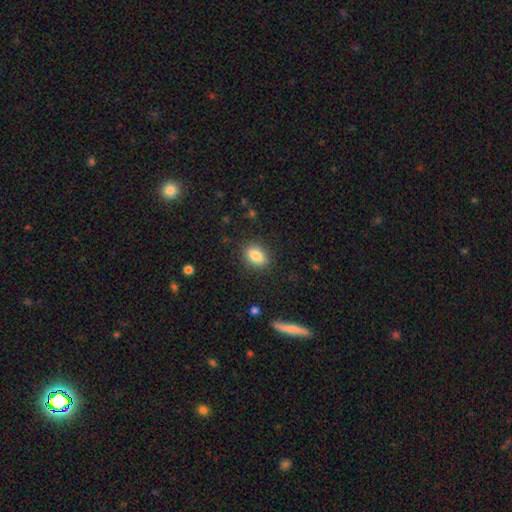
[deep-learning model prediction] The model was most divided on "how rounded": in between: 78%, round: 19%, cigar-shaped: 3%. More confident: merging — none (86%); smooth or featured — smooth (84%).